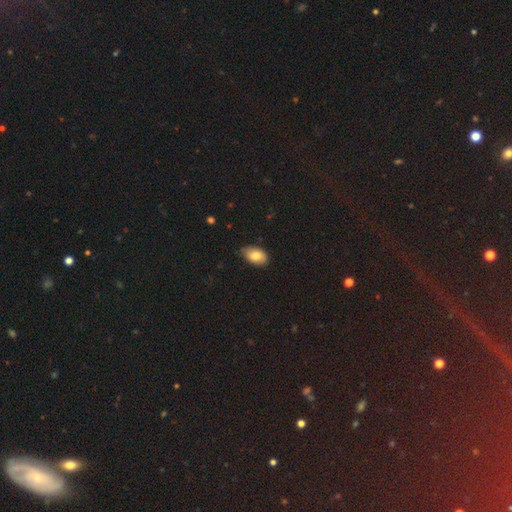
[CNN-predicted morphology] smooth 81%, featured or disk 12%, star or artifact 8%. Down the decision tree: how rounded — in between (91%); merging — none (72%).